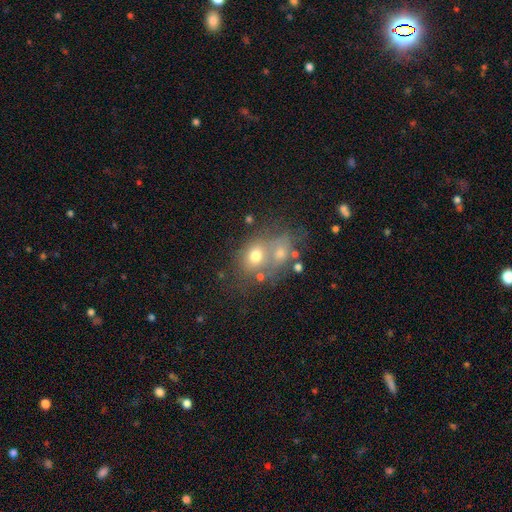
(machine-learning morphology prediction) This appears to be a smooth galaxy with no disk features (63%) that is round (51%). Merging: merger (45%).